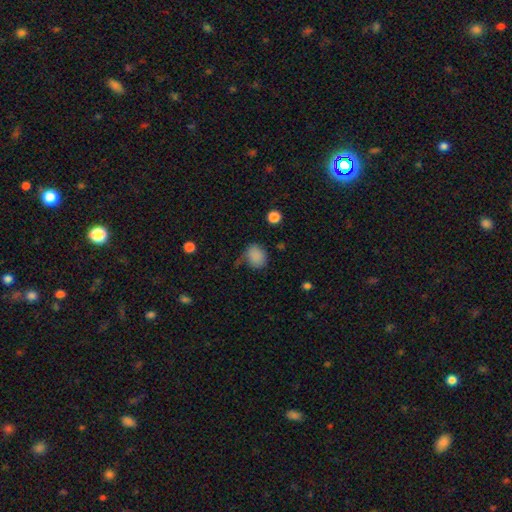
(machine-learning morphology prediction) A smooth galaxy with no disk features (85%) that is round (54%). Merging: none (63%).